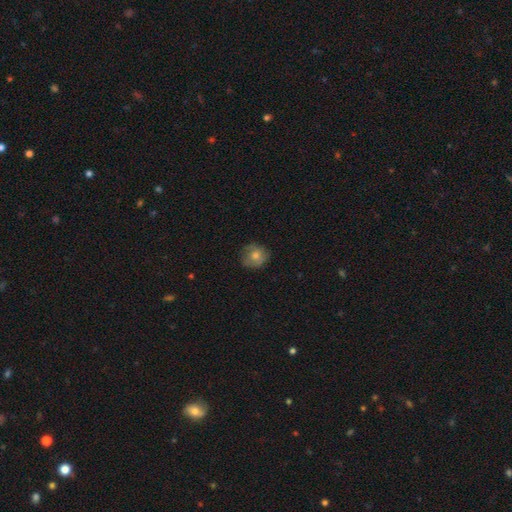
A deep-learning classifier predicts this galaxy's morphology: Smooth or featured? Predicted: smooth (p=0.70). How rounded? Predicted: round (p=0.79). Merging? Predicted: none (p=0.74).